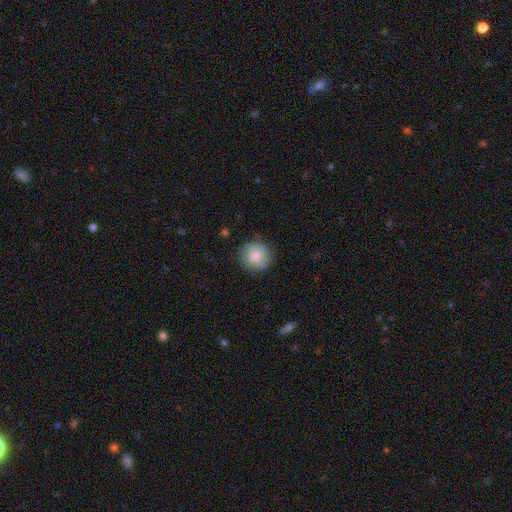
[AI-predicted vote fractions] smooth 77%, featured or disk 16%, star or artifact 7%. Down the decision tree: how rounded — round (92%); merging — none (80%).